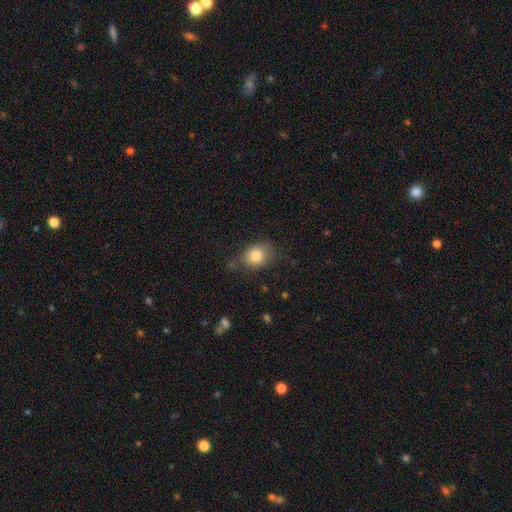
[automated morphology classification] A smooth galaxy with no disk features (81%) that is in between round and cigar-shaped (53%).

Vote fractions:
- Smooth or featured? smooth: 81% / featured or disk: 10% / star or artifact: 9%
- How rounded? in between: 53% / round: 46% / cigar-shaped: 1%
- Merging? none: 63% / minor disturbance: 26% / major disturbance: 8% / merger: 3%